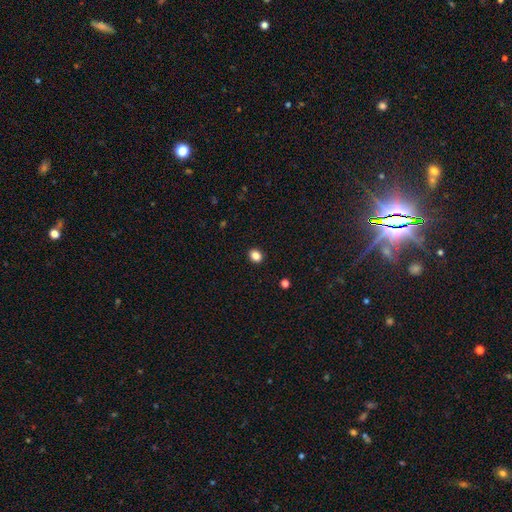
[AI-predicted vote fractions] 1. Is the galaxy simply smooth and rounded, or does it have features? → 85% smooth, 11% star or artifact, 4% featured or disk.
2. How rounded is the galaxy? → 52% round, 47% in between, 1% cigar-shaped.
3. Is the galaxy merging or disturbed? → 91% none, 6% minor disturbance, 2% major disturbance, 1% merger.